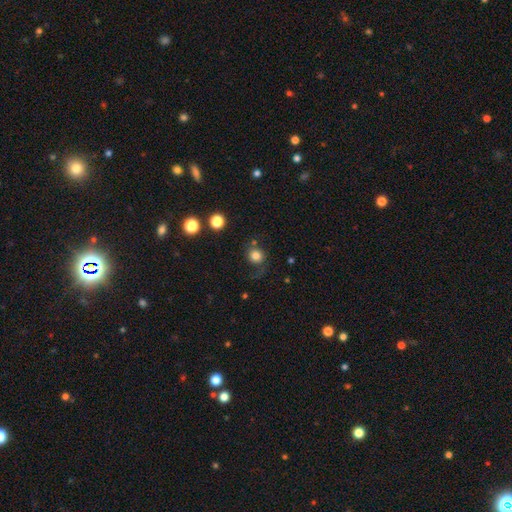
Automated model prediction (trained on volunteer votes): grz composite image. It shows a smooth galaxy with no disk features (79%) that is round (88%). Merging: none (67%).